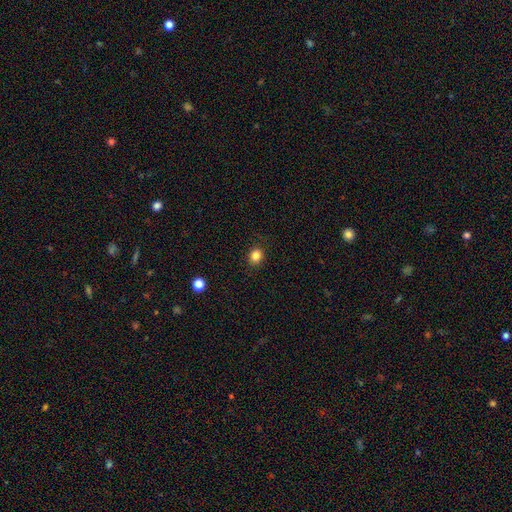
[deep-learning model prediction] The model was most divided on "how rounded": round: 73%, in between: 26%, cigar-shaped: 1%. More confident: merging — none (89%); smooth or featured — smooth (84%).